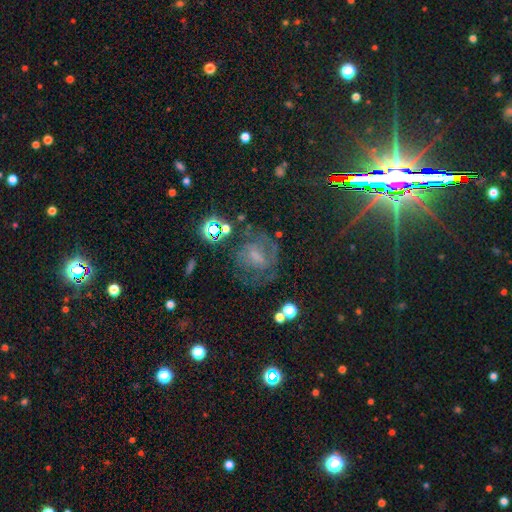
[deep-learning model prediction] featured or disk 46%, star or artifact 27%, smooth 27%. Down the decision tree: merging — none (58%).